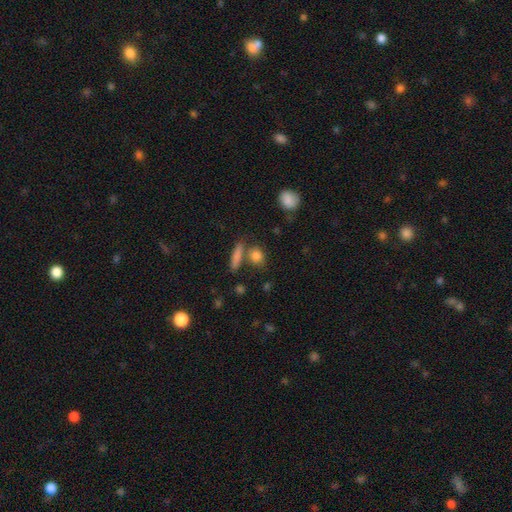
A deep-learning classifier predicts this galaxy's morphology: This is clearly a smooth galaxy (83%). How rounded: possibly round (56%). Merging: likely none (67%).